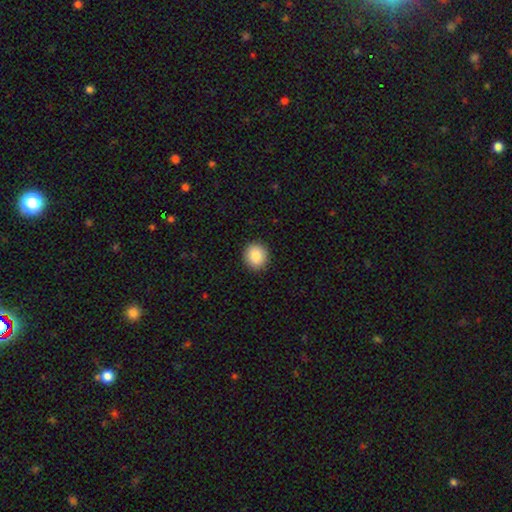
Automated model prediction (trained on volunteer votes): Overall: smooth (87%). How rounded: round (86%). Merging: none (91%).